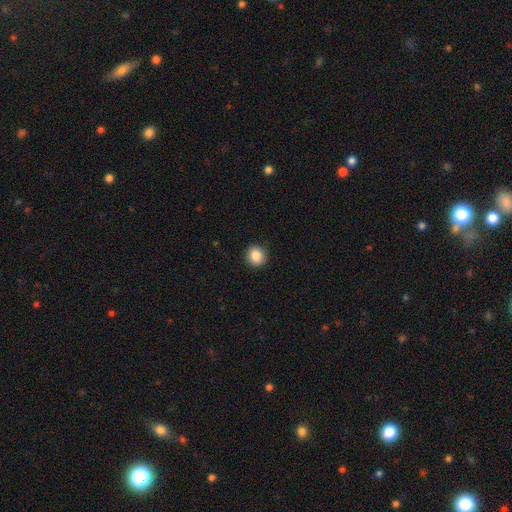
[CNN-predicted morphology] Overall: smooth (87%). How rounded: round (91%). Merging: none (91%).